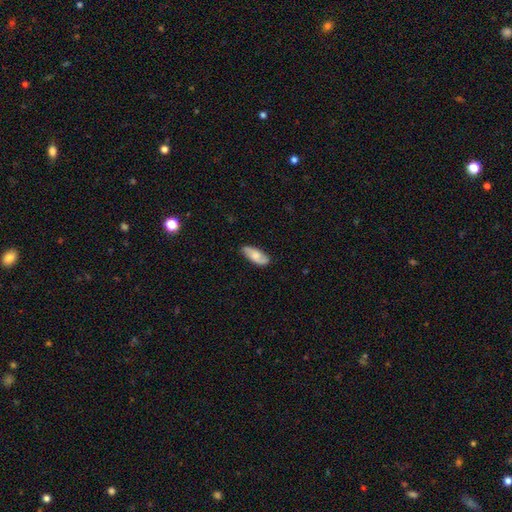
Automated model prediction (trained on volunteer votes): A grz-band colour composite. It shows a smooth galaxy with no disk features (58%) that is in between round and cigar-shaped (82%). Merging: none (80%).